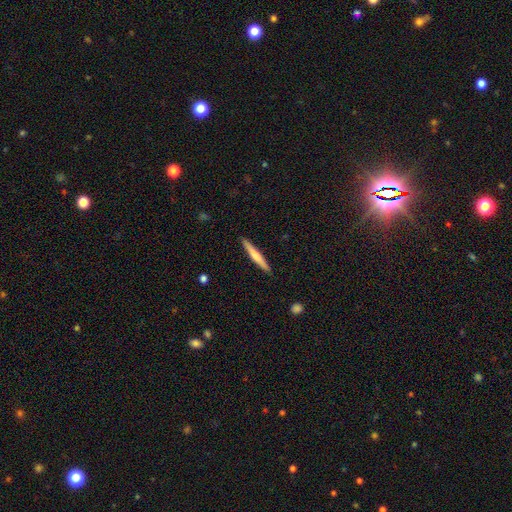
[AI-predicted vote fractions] smooth_or_featured: smooth (p=0.52) [alt: featured or disk p=0.43]
how_rounded: cigar-shaped (p=0.95) [alt: in between p=0.03]
merging: none (p=0.91) [alt: minor disturbance p=0.07]